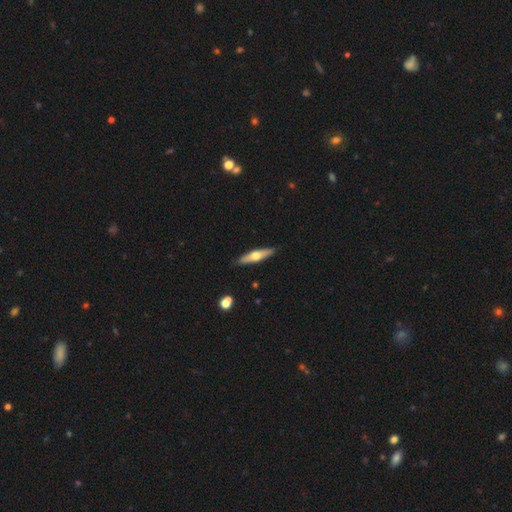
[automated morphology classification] featured or disk 53%, smooth 42%, star or artifact 5%. Down the decision tree: edge-on disk — yes (92%); merging — none (90%).